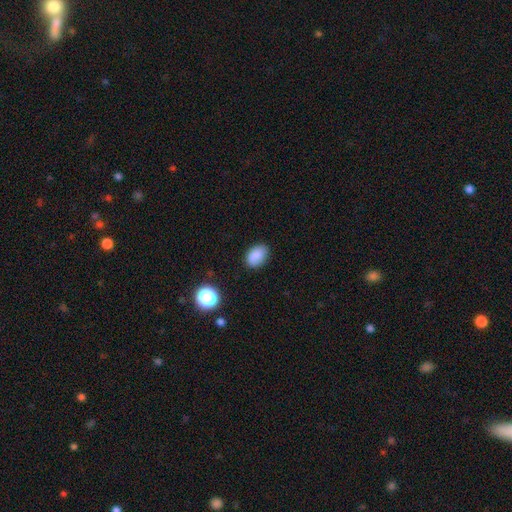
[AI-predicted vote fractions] Smooth or featured?
  - smooth: 86% *
  - star or artifact: 10%
  - featured or disk: 4%
How rounded?
  - in between: 85% *
  - round: 14%
  - cigar-shaped: 1%
Merging?
  - none: 82% *
  - minor disturbance: 14%
  - major disturbance: 3%
  - merger: 1%